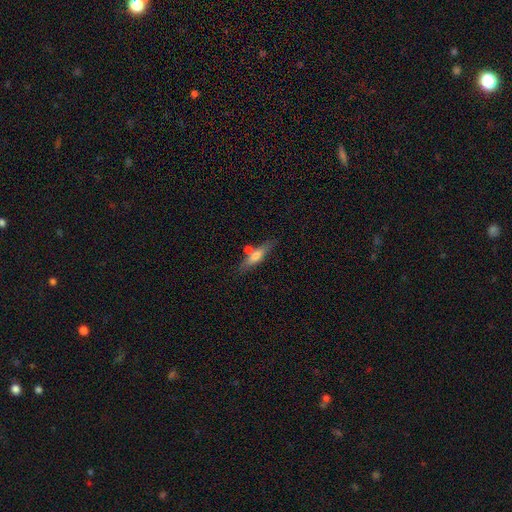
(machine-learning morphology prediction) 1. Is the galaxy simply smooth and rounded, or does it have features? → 57% smooth, 36% featured or disk, 7% star or artifact.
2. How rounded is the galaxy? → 69% cigar-shaped, 28% in between, 3% round.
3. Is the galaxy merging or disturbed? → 66% none, 17% merger, 14% minor disturbance, 4% major disturbance.